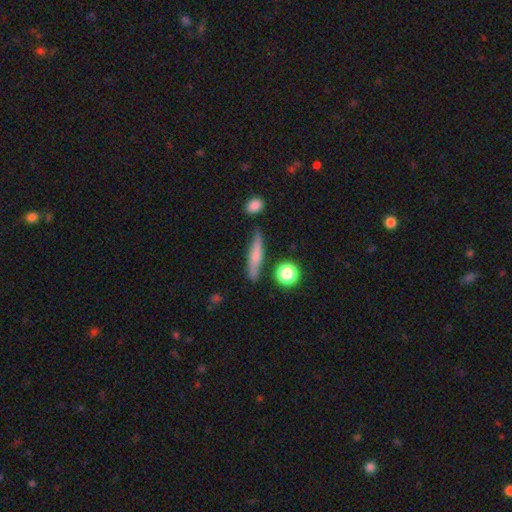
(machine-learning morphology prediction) The model was most divided on "smooth or featured": smooth: 57%, featured or disk: 35%, star or artifact: 8%. More confident: how rounded — cigar-shaped (83%); merging — none (81%).